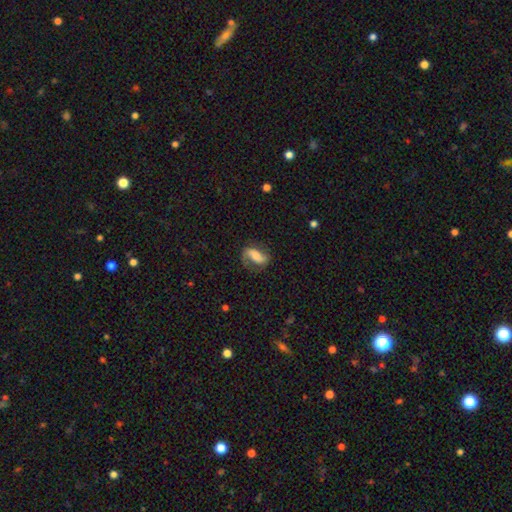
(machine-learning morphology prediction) This appears to be a featured or disk galaxy (49%). Merging: none (61%).